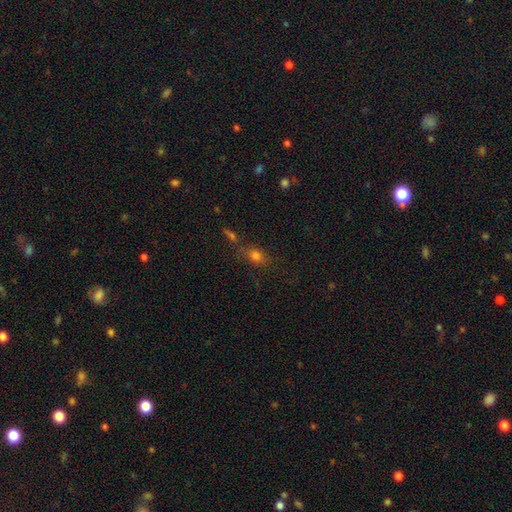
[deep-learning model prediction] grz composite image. It shows a smooth galaxy with no disk features (68%) that is in between round and cigar-shaped (59%). Merging: none (63%).